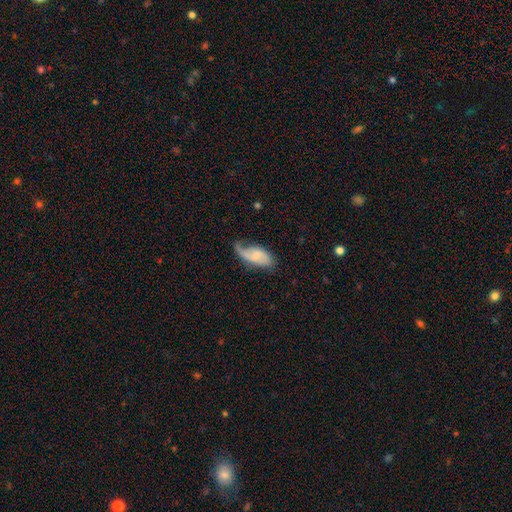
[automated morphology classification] smooth_or_featured: featured or disk (p=0.50) [alt: smooth p=0.43]
merging: none (p=0.39) [alt: minor disturbance p=0.34]